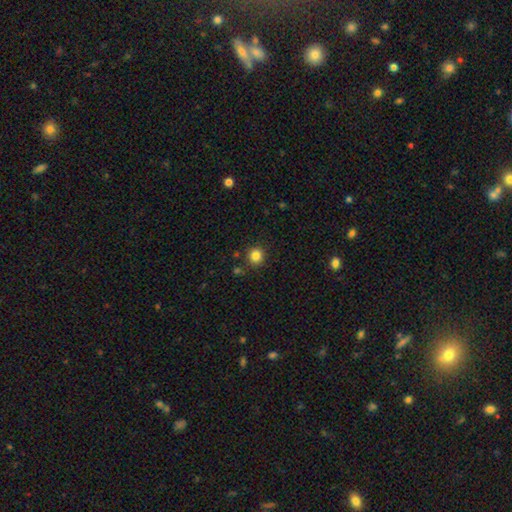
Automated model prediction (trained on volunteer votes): This appears to be a smooth galaxy with no disk features (84%) that is round (91%). Merging: none (87%).